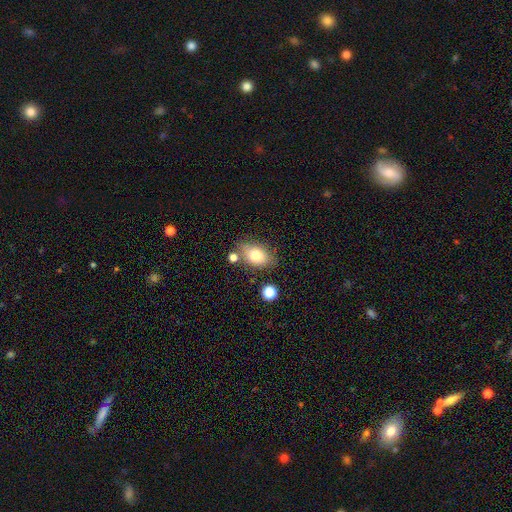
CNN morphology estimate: smooth_or_featured: smooth (p=0.76) [alt: featured or disk p=0.14]
how_rounded: in between (p=0.83) [alt: round p=0.15]
merging: none (p=0.72) [alt: minor disturbance p=0.15]